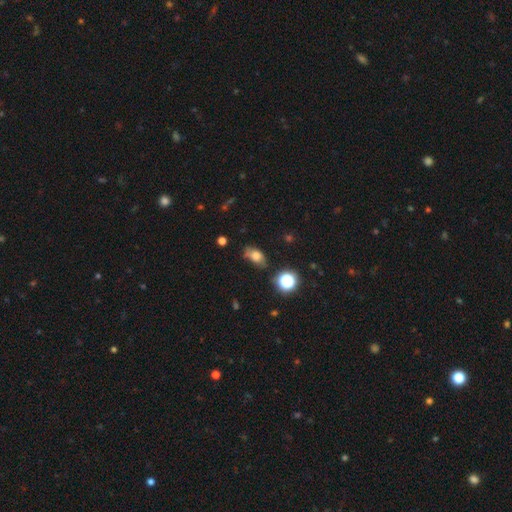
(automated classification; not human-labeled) This appears to be a smooth galaxy with no disk features (73%) that is in between round and cigar-shaped (82%). Merging: none (60%).